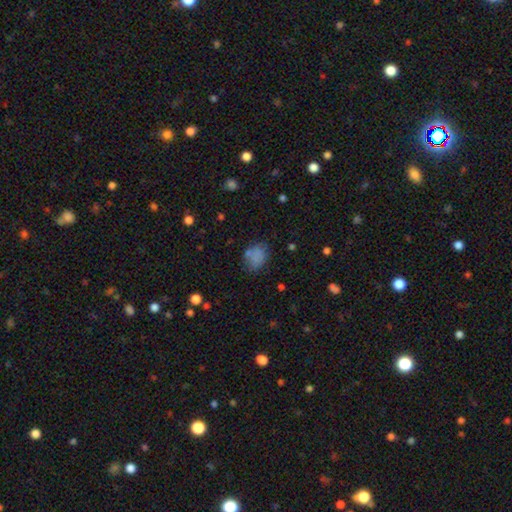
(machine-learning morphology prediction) Smooth or featured: smooth — 74% (featured or disk — 13%)
How rounded: in between — 63% (round — 36%)
Merging: none — 60% (minor disturbance — 23%)